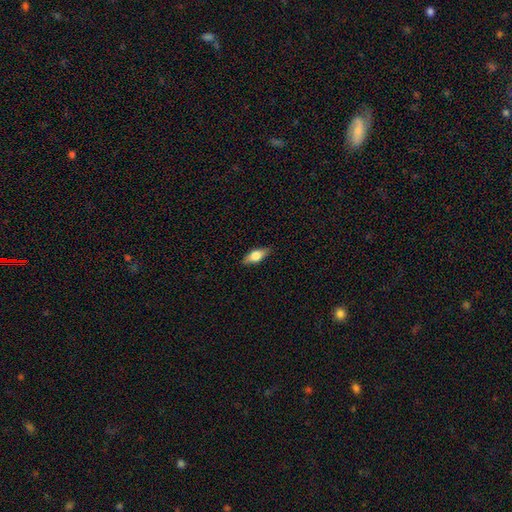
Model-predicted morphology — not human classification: This is likely a smooth galaxy (62%). How rounded: likely in between (74%). Merging: clearly none (86%).